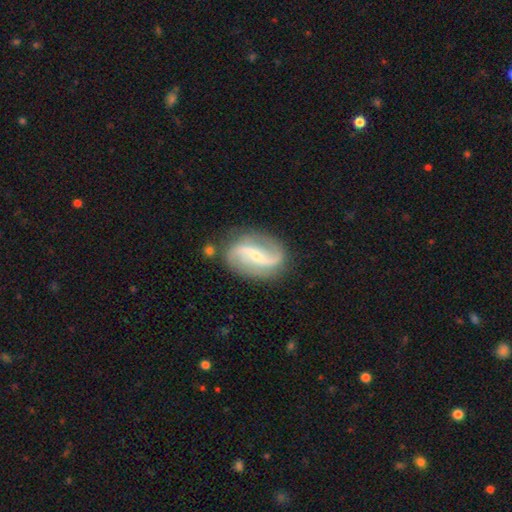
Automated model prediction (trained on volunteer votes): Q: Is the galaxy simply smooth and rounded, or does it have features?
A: featured or disk — 86%.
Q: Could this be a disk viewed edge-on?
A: no — 97%.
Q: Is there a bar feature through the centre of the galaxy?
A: strong — 42%.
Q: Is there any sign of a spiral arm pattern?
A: yes — 96%.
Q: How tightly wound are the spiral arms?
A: loose — 66%.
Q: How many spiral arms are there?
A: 2 — 92%.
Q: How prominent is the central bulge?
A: small — 70%.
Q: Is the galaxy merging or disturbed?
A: none — 79%.